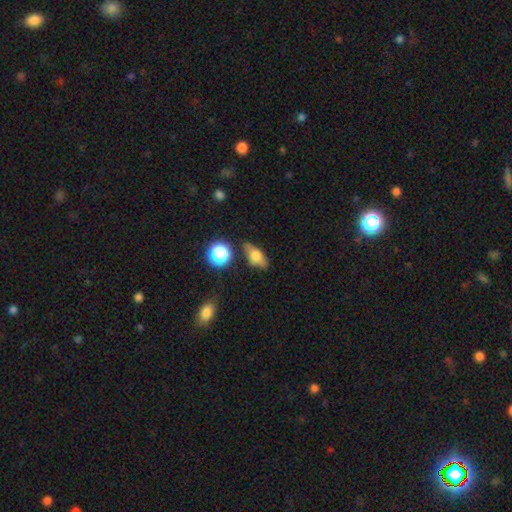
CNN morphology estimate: smooth 63%, featured or disk 26%, star or artifact 11%. Down the decision tree: how rounded — in between (76%); merging — none (74%).